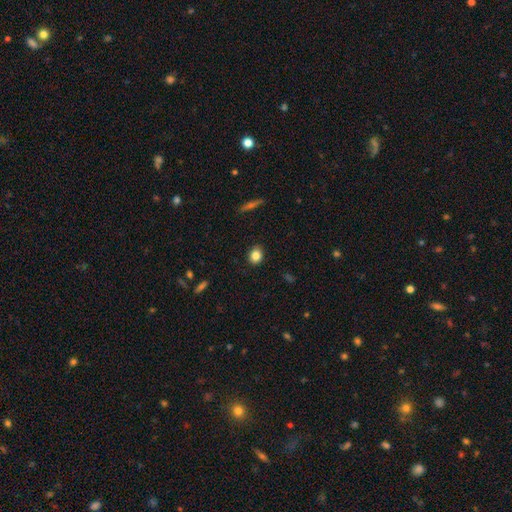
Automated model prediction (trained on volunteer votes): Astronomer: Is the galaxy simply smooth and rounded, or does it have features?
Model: smooth — 84%.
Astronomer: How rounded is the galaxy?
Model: round — 60% (runner-up: in between, 38%).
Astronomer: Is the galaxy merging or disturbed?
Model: none — 89%.